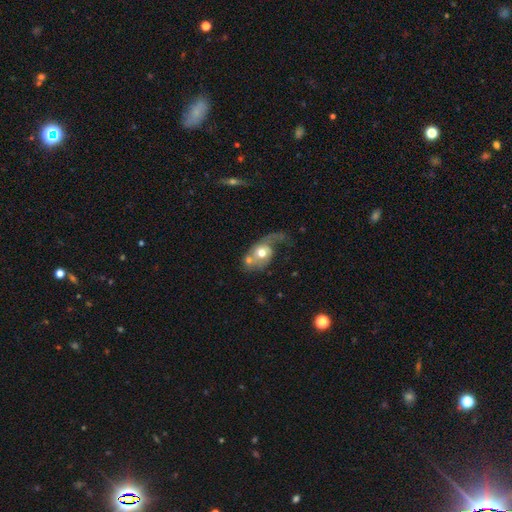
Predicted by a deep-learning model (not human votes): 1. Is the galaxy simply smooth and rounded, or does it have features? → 52% featured or disk, 38% smooth, 10% star or artifact.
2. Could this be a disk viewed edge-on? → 93% no, 7% yes.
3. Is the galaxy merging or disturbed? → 34% major disturbance, 30% merger, 23% none, 14% minor disturbance.